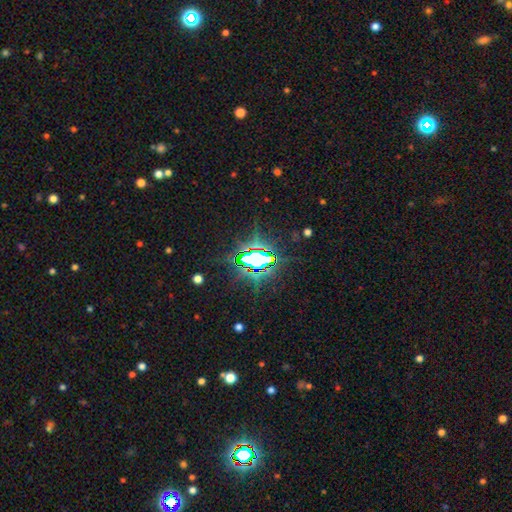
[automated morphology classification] Smooth or featured? star or artifact (77%)